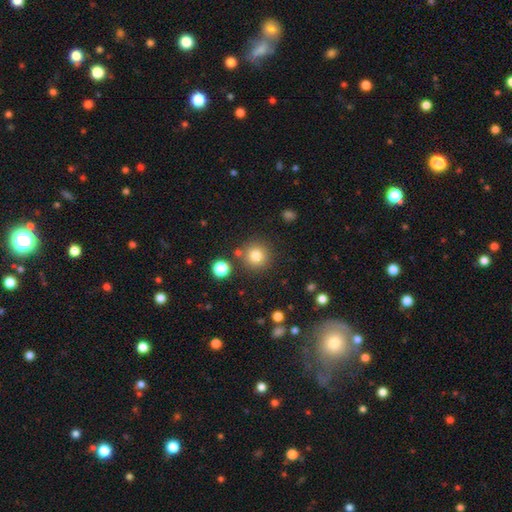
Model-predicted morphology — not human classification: smooth 81%, star or artifact 12%, featured or disk 7%. Down the decision tree: how rounded — round (94%); merging — none (83%).